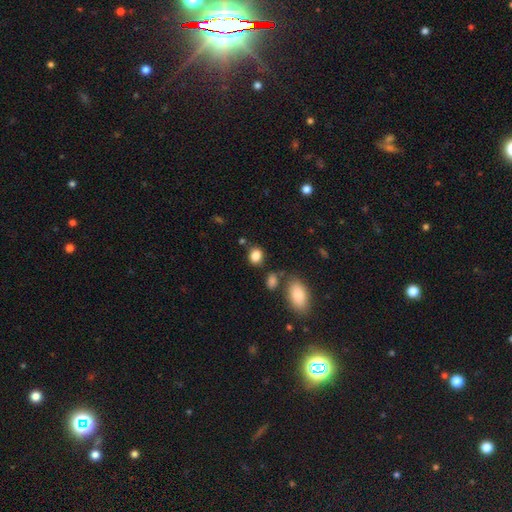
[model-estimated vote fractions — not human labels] This is clearly a smooth galaxy (85%). How rounded: possibly round (55%). Merging: likely none (76%).